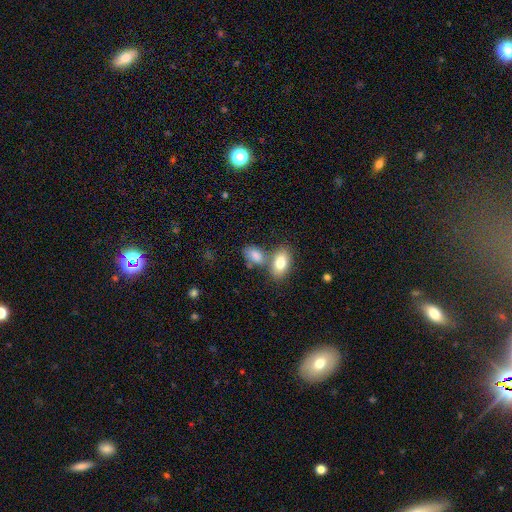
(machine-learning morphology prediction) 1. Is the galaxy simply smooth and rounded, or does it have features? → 80% smooth, 12% featured or disk, 8% star or artifact.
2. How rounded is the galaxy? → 90% in between, 8% round, 2% cigar-shaped.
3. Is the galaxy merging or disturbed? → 43% none, 39% merger, 13% minor disturbance, 5% major disturbance.